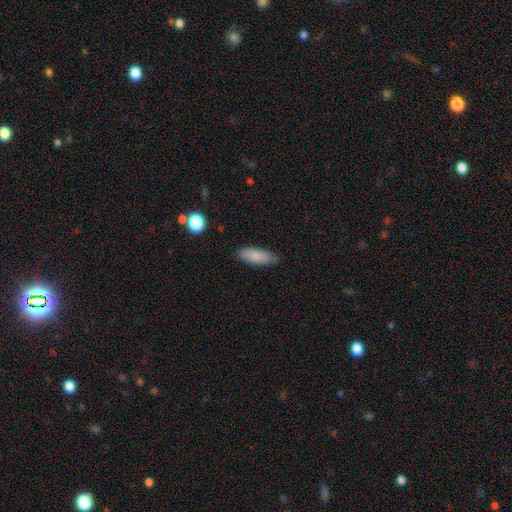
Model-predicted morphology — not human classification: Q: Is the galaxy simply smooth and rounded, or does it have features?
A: smooth — 84%.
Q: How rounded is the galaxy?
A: in between — 70%.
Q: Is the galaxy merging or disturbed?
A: none — 79%.